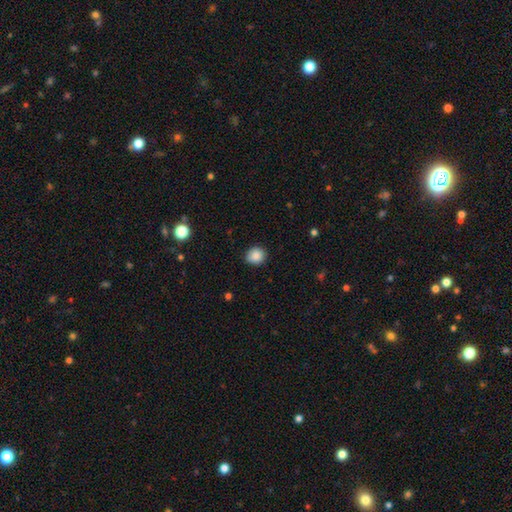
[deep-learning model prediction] The model was most divided on "how rounded": round: 80%, in between: 19%, cigar-shaped: 1%. More confident: smooth or featured — smooth (87%); merging — none (87%).